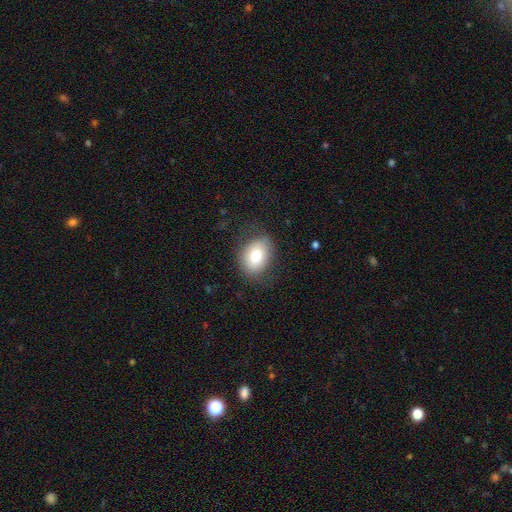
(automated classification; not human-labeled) This appears to be a smooth galaxy with no disk features (76%) that is in between round and cigar-shaped (64%). Merging: none (75%).